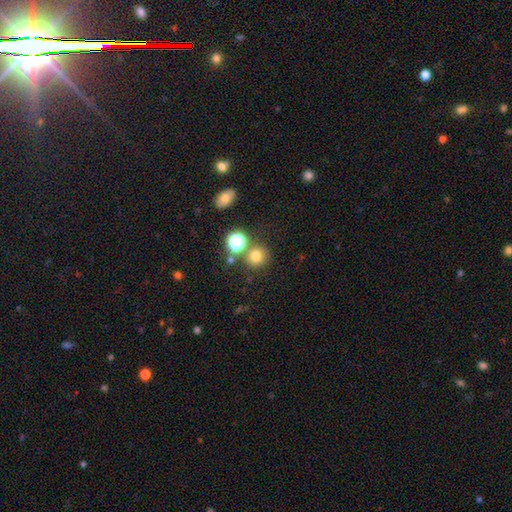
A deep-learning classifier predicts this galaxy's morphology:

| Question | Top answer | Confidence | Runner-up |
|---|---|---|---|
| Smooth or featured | smooth | 73% | star or artifact (19%) |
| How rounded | round | 89% | in between (10%) |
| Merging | none | 75% | merger (13%) |